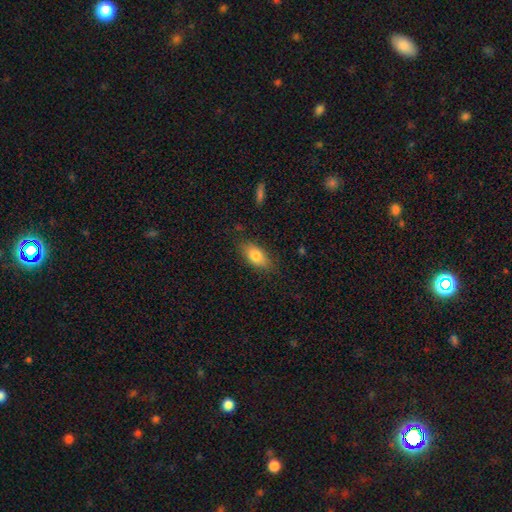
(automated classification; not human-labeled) Smooth or featured? Predicted: smooth (p=0.80). How rounded? Predicted: in between (p=0.87). Merging? Predicted: none (p=0.82).